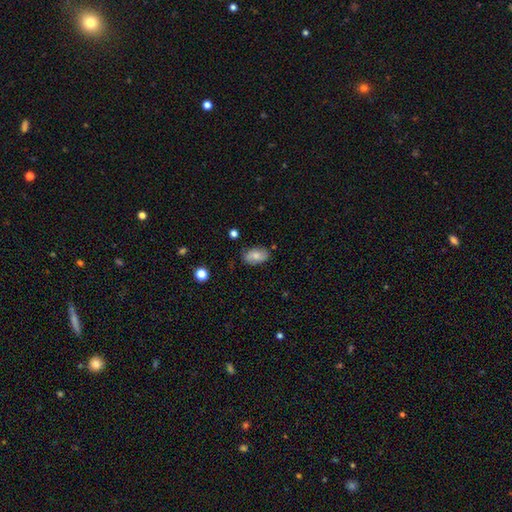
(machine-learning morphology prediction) Smooth or featured?
  - smooth: 75% *
  - featured or disk: 18%
  - star or artifact: 8%
How rounded?
  - in between: 91% *
  - round: 8%
  - cigar-shaped: 2%
Merging?
  - none: 78% *
  - minor disturbance: 17%
  - major disturbance: 3%
  - merger: 2%